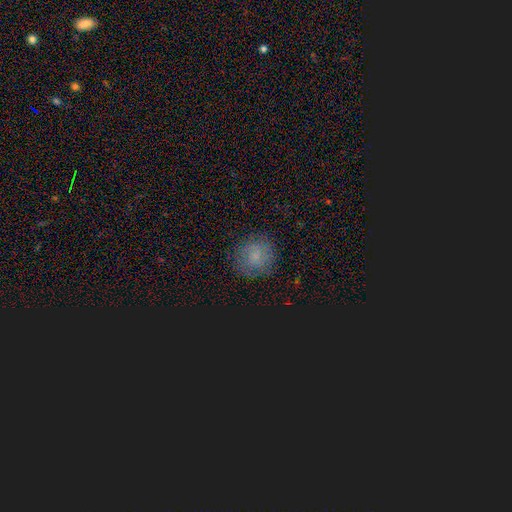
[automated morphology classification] This is possibly a smooth galaxy (53%). How rounded: clearly round (87%). Merging: clearly none (81%).